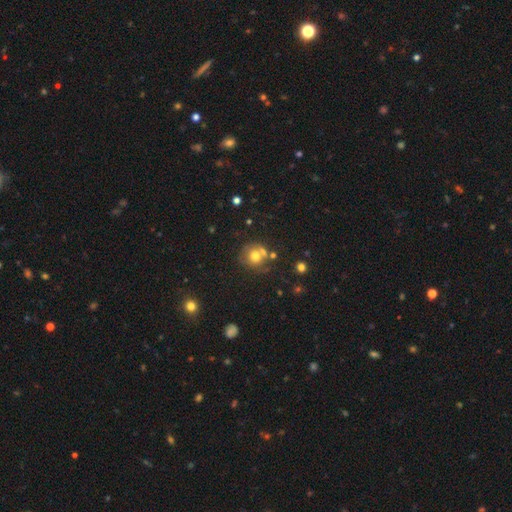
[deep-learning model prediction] The model was most divided on "merging": none: 55%, merger: 23%, minor disturbance: 15%, major disturbance: 7%. More confident: how rounded — round (86%); smooth or featured — smooth (68%).